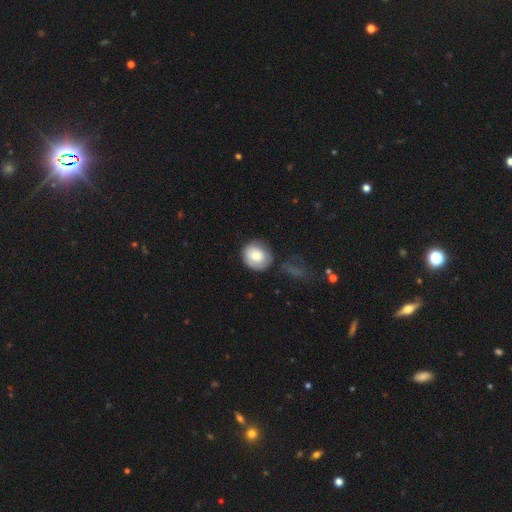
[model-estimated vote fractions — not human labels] This appears to be a smooth galaxy with no disk features (71%) that is round (78%). Merging: none (62%).